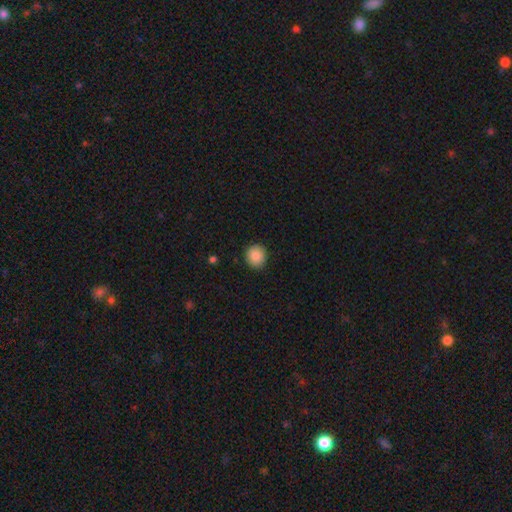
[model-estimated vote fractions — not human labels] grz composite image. It shows a smooth galaxy with no disk features (89%) that is round (89%). Merging: none (90%).